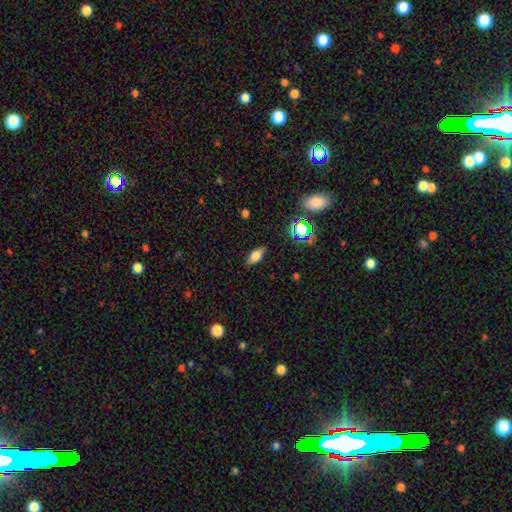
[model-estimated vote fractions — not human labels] smooth 72%, featured or disk 15%, star or artifact 12%. Down the decision tree: how rounded — in between (82%); merging — none (85%).